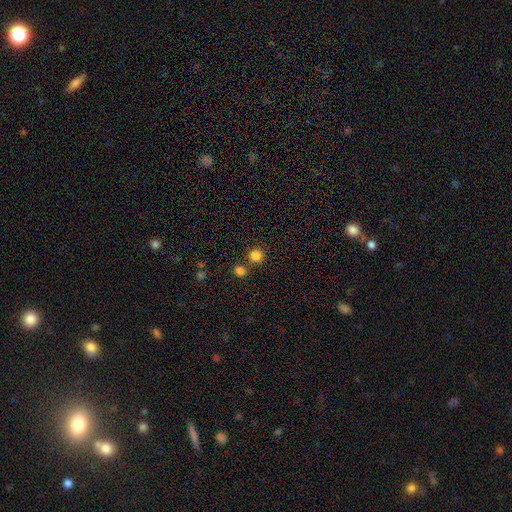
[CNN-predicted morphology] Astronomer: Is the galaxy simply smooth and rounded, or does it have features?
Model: smooth — 82%.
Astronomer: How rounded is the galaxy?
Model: round — 92%.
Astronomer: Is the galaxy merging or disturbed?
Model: none — 74%.